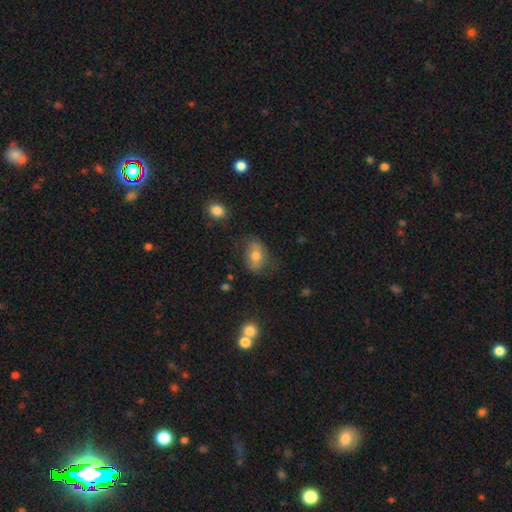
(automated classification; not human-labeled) Smooth or featured? smooth (68%)
How rounded? in between (82%)
Merging? none (67%)